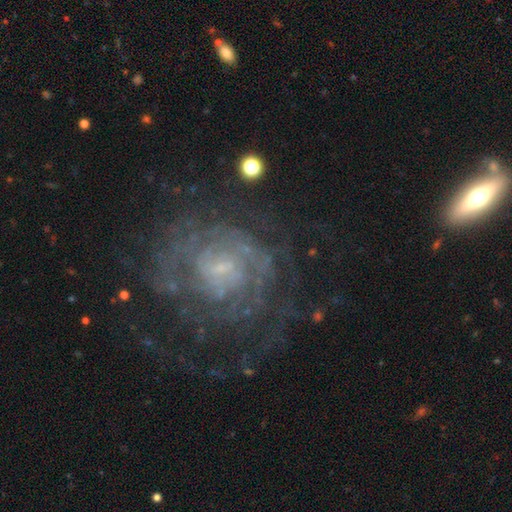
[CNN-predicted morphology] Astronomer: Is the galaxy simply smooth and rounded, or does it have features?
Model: featured or disk — 79%.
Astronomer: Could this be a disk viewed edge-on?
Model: no — 97%.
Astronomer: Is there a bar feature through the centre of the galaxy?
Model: no — 62%.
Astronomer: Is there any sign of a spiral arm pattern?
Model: yes — 81%.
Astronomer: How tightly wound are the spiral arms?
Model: tight — 63%.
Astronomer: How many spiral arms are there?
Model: can't tell — 52%.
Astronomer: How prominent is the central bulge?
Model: small — 70%.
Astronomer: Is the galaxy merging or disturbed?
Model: none — 64%.